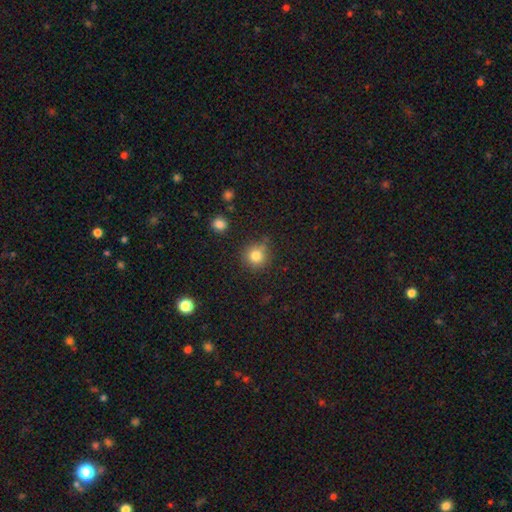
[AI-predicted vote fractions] A smooth galaxy with no disk features (81%) that is round (92%). Merging: none (79%).